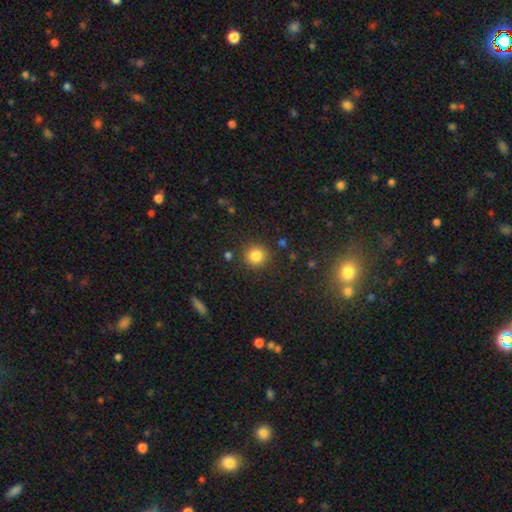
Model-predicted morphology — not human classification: smooth-or-featured: smooth: 84% | star or artifact: 11% | featured or disk: 5%
  how-rounded: round: 92% | in between: 7% | cigar-shaped: 1%
  merging: none: 88% | minor disturbance: 7% | major disturbance: 3% | merger: 2%